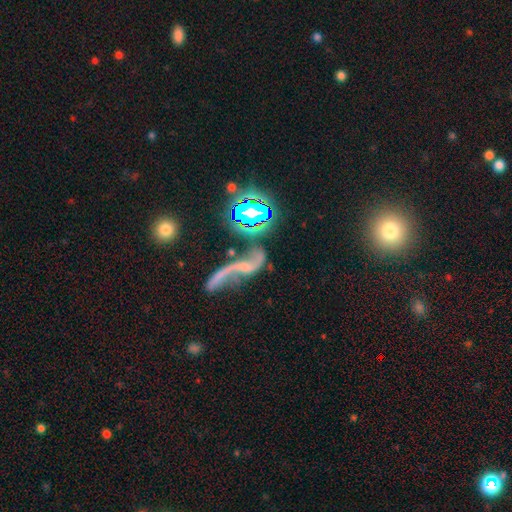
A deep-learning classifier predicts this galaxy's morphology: A featured or disk galaxy (70%) with no bar (60%), 2 (83%) loose (92%) spiral arms (83%) and a small central bulge (40%).

Vote fractions:
- Smooth or featured? featured or disk: 70% / star or artifact: 17% / smooth: 13%
- Edge-on disk? no: 92% / yes: 8%
- Bar? no: 60% / weak: 24% / strong: 15%
- Spiral arms? yes: 83% / no: 17%
- Spiral winding? loose: 92% / medium: 5% / tight: 2%
- Spiral arm count? 2: 83% / 1: 11% / can't tell: 3% / 3: 1% / 4: 1% / more than 4: 1%
- Bulge size? small: 40% / none: 39% / moderate: 15% / large: 3% / dominant: 3%
- Merging? none: 33% / merger: 28% / major disturbance: 24% / minor disturbance: 16%